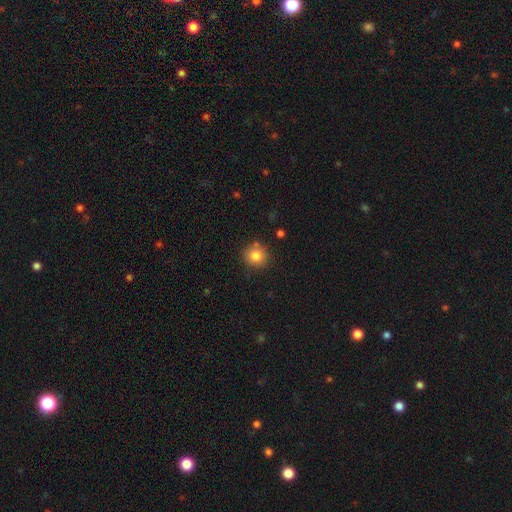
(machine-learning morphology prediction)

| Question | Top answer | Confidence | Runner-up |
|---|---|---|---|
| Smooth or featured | smooth | 82% | star or artifact (11%) |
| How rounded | round | 88% | in between (11%) |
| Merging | none | 80% | minor disturbance (12%) |